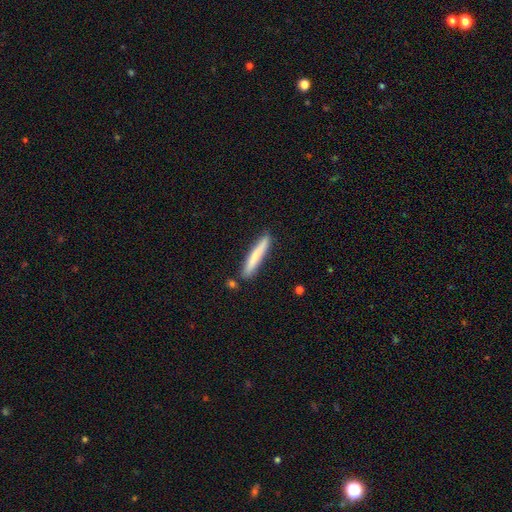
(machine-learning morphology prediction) type=smooth (70%); roundness=cigar-shaped (94%); merging=none (86%).